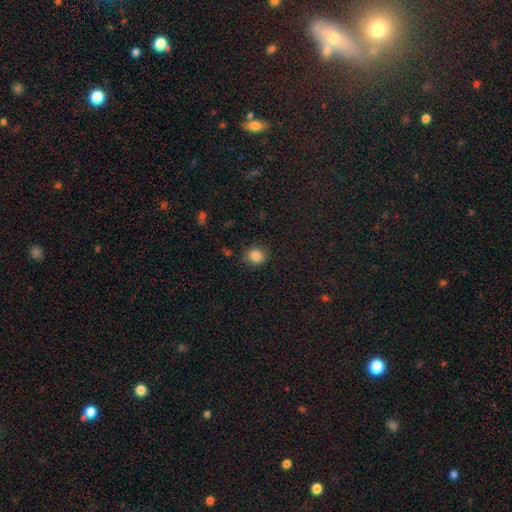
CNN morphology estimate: Smooth or featured? smooth (84%)
How rounded? round (77%)
Merging? none (86%)